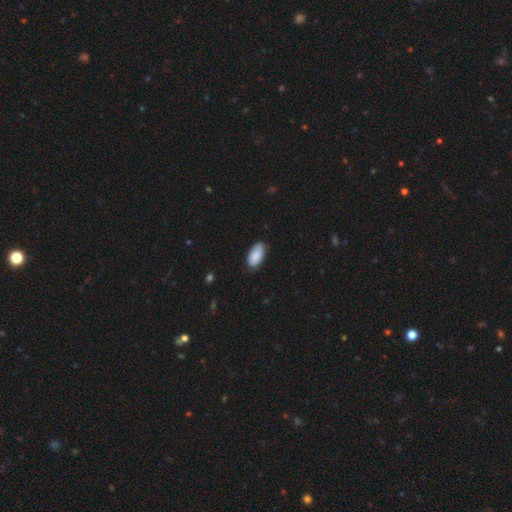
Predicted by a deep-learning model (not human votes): smooth-or-featured: smooth: 89% | star or artifact: 6% | featured or disk: 5%
  how-rounded: in between: 95% | cigar-shaped: 3% | round: 2%
  merging: none: 83% | minor disturbance: 14% | major disturbance: 2% | merger: 1%